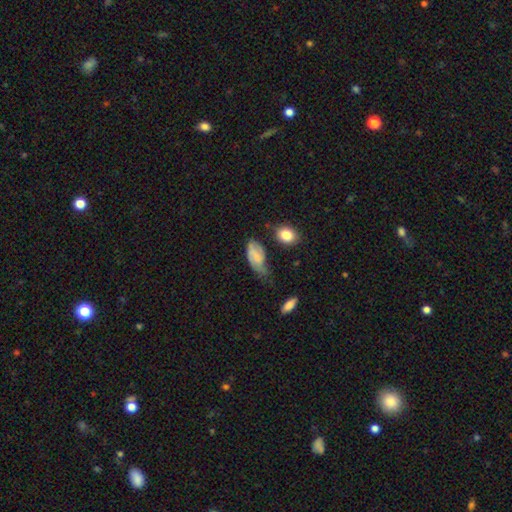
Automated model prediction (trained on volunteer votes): smooth-or-featured: smooth: 49% | featured or disk: 42% | star or artifact: 9%
  merging: none: 40% | minor disturbance: 36% | major disturbance: 19% | merger: 5%